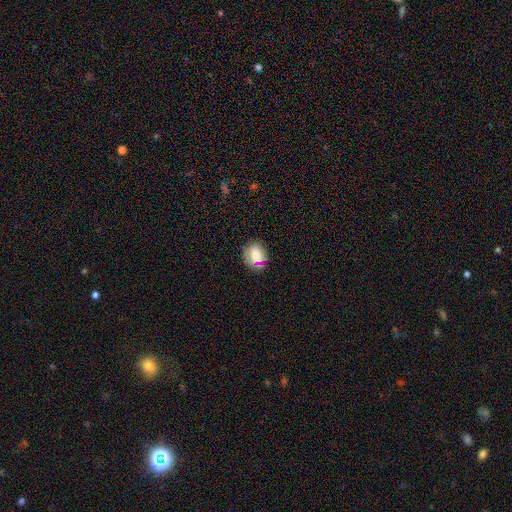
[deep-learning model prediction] Smooth or featured? Predicted: smooth (p=0.67). How rounded? Predicted: round (p=0.62). Merging? Predicted: none (p=0.74).